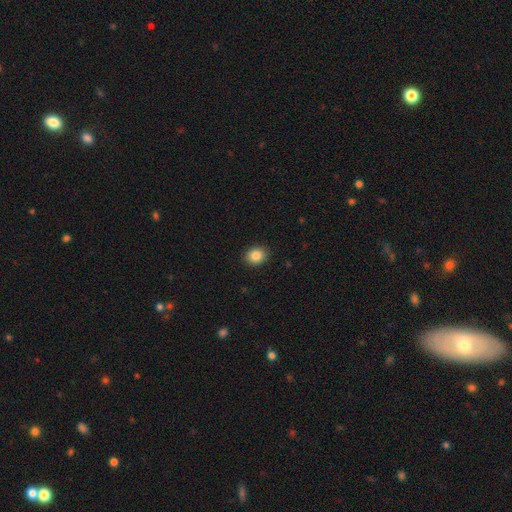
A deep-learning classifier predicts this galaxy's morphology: Smooth or featured? smooth (86%)
How rounded? round (59%)
Merging? none (91%)